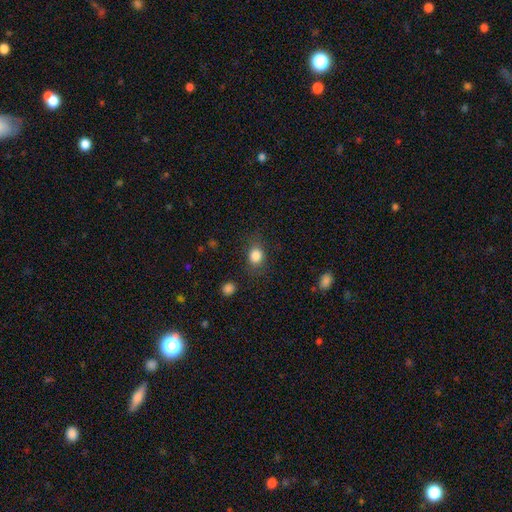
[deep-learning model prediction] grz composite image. It shows a smooth galaxy with no disk features (84%) that is round (54%). Merging: none (77%).